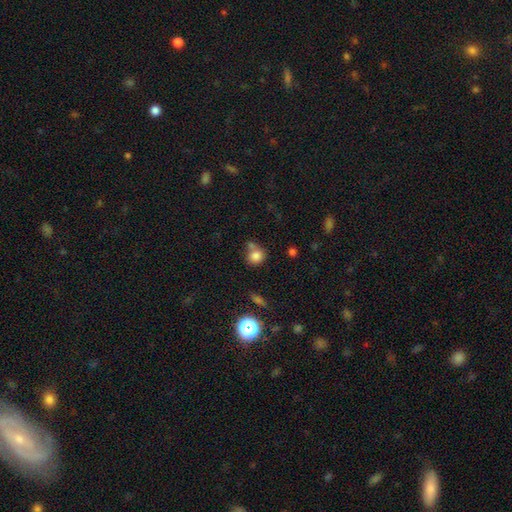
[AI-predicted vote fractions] Smooth or featured? smooth (80%)
How rounded? round (80%)
Merging? none (52%)